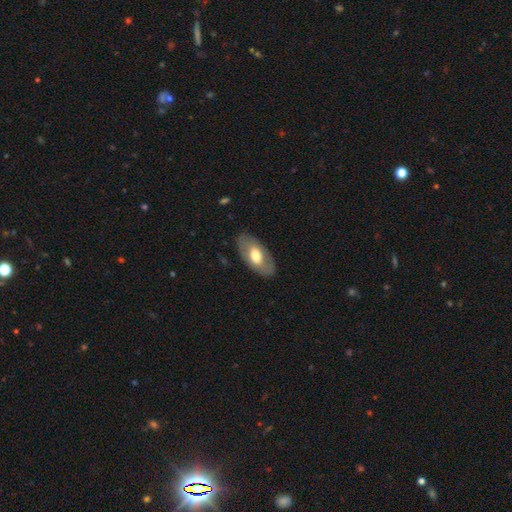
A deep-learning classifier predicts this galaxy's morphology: Q: Smooth or featured?
A: smooth (52%); runner-up: featured or disk (43%)
Q: How rounded?
A: in between (92%); runner-up: round (4%)
Q: Merging?
A: none (82%); runner-up: minor disturbance (13%)